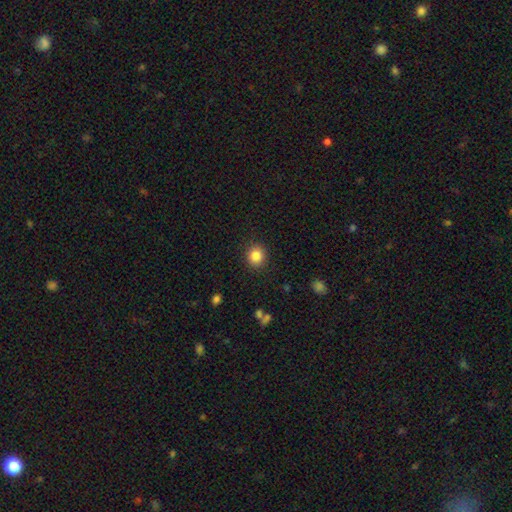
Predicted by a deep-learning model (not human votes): smooth 84%, star or artifact 10%, featured or disk 5%. Down the decision tree: how rounded — round (88%); merging — none (91%).